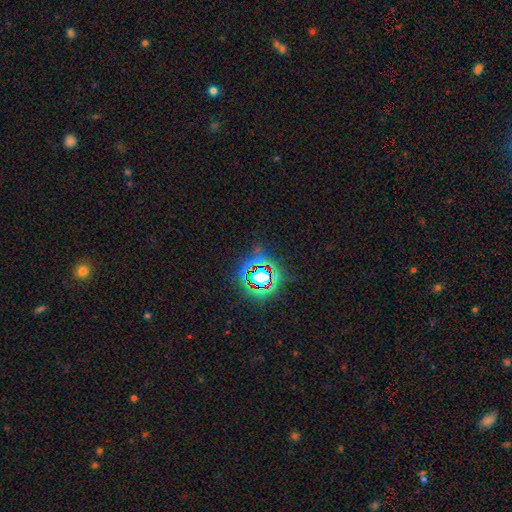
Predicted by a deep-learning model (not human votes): Smooth or featured?
  - star or artifact: 80% *
  - smooth: 12%
  - featured or disk: 8%